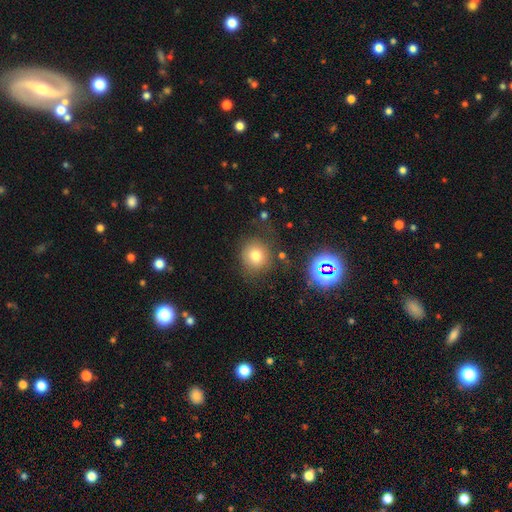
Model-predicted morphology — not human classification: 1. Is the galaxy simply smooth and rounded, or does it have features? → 75% smooth, 14% star or artifact, 10% featured or disk.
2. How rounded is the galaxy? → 82% round, 17% in between, 1% cigar-shaped.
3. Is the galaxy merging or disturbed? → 73% none, 16% minor disturbance, 7% major disturbance, 4% merger.